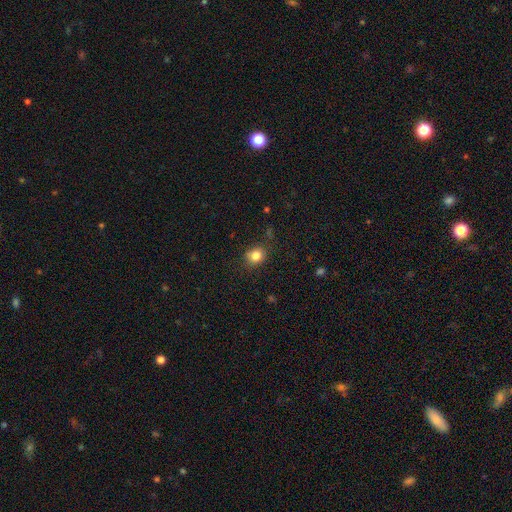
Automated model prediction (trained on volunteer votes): This is clearly a smooth galaxy (83%). How rounded: likely round (68%). Merging: likely none (79%).